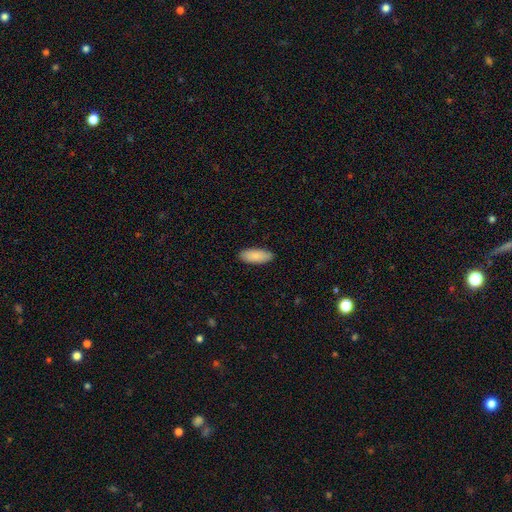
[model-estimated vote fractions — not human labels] Overall: smooth (87%). How rounded: in between (83%). Merging: none (89%).